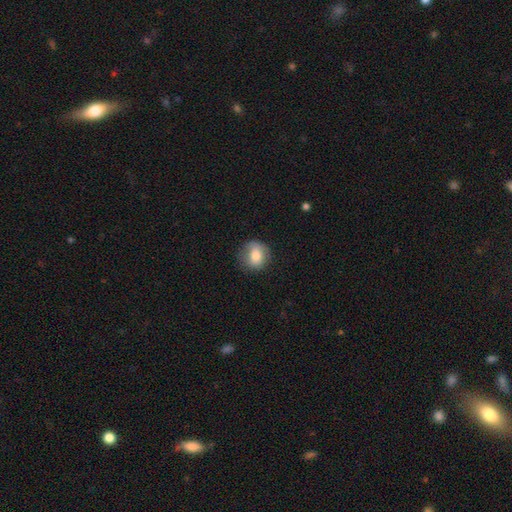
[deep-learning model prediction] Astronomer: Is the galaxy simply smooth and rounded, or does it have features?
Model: smooth — 75%.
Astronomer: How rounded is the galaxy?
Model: round — 80%.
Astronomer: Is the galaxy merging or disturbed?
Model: none — 74%.